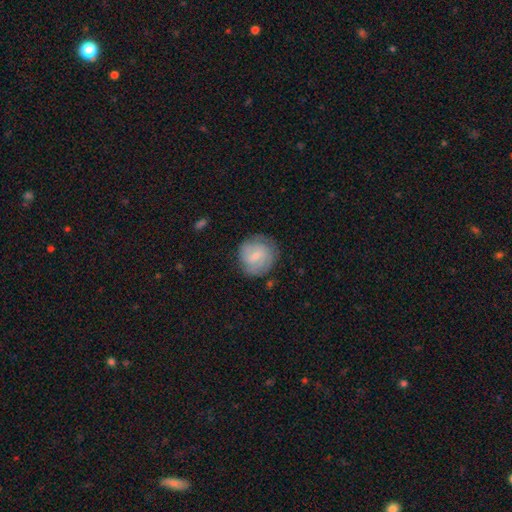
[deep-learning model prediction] Smooth or featured?
  - featured or disk: 47% *
  - smooth: 46%
  - star or artifact: 7%
Merging?
  - none: 75% *
  - minor disturbance: 17%
  - major disturbance: 6%
  - merger: 2%